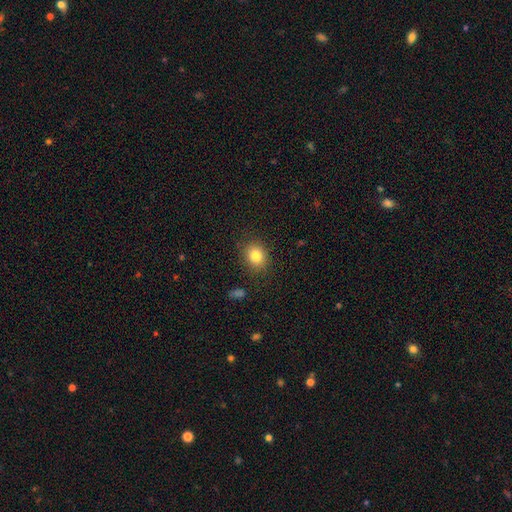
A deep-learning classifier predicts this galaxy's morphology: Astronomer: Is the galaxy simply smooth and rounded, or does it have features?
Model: smooth — 82%.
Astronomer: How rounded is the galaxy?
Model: round — 58% (runner-up: in between, 41%).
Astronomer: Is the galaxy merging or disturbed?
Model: none — 86%.